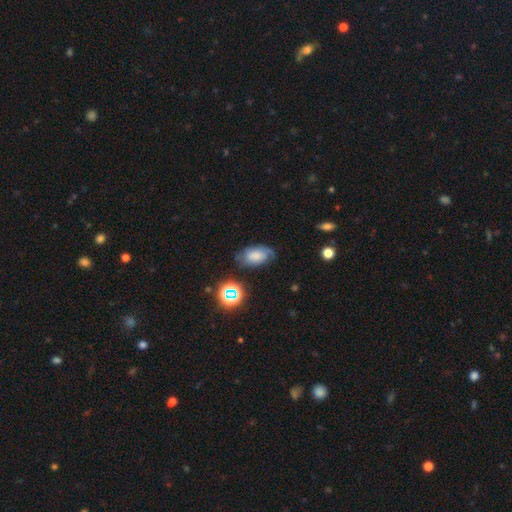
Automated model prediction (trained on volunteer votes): A smooth galaxy with no disk features (49%).

Vote fractions:
- Smooth or featured? smooth: 49% / featured or disk: 37% / star or artifact: 13%
- Merging? none: 65% / minor disturbance: 24% / major disturbance: 8% / merger: 3%